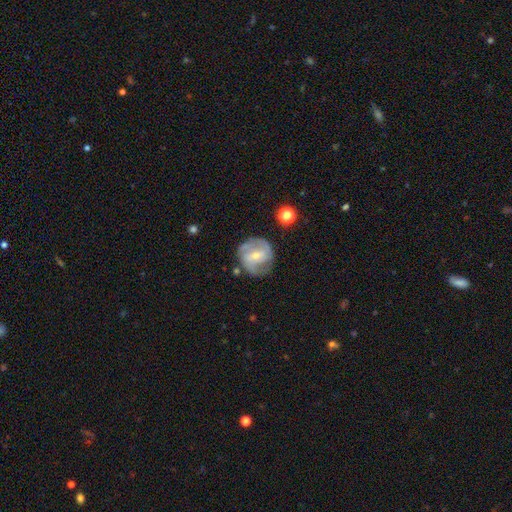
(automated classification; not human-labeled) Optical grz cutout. It shows a featured or disk galaxy (72%) with a weak bar (46%), 2 (61%) medium (46%) spiral arms (86%) and a small central bulge (58%). Merging: none (67%).